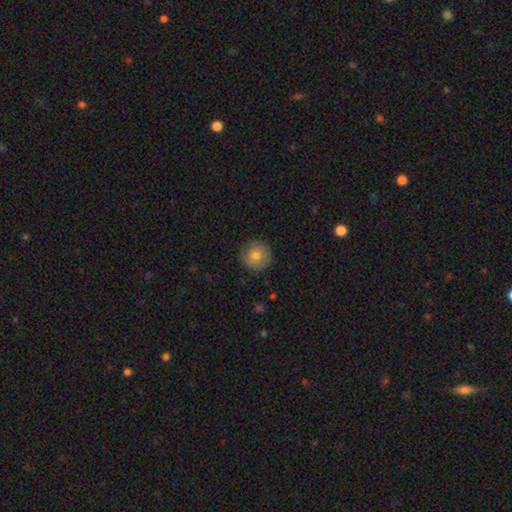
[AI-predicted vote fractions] This is likely a smooth galaxy (77%). How rounded: clearly round (95%). Merging: clearly none (86%).